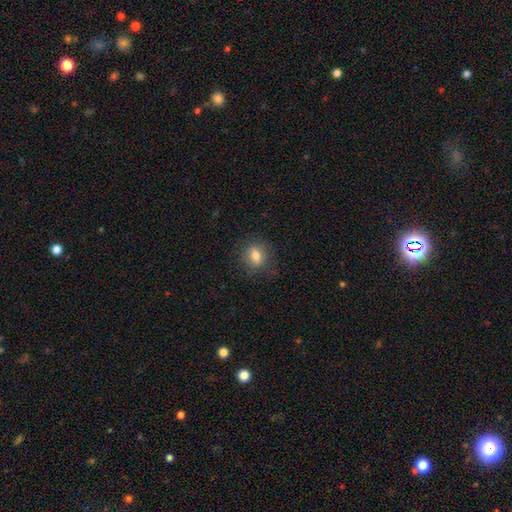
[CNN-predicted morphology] The model was most divided on "how rounded": round: 57%, in between: 41%, cigar-shaped: 2%. More confident: merging — none (83%); smooth or featured — smooth (73%).